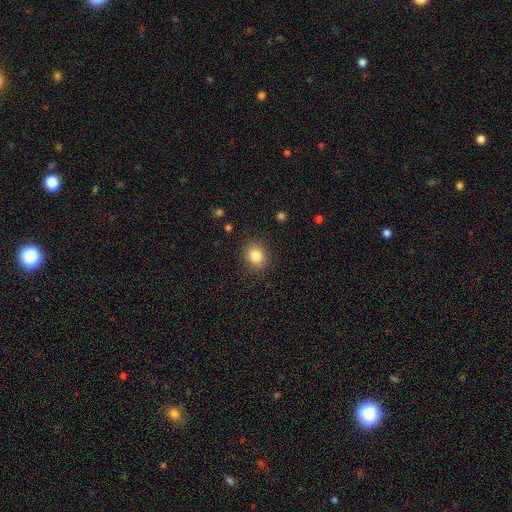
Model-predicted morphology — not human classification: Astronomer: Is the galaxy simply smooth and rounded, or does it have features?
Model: smooth — 84%.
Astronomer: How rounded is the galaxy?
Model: round — 75%.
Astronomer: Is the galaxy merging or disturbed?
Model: none — 87%.